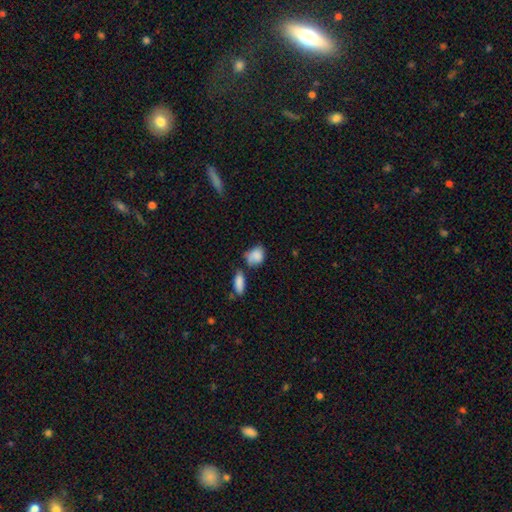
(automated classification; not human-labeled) Smooth or featured: smooth — 82% (featured or disk — 10%)
How rounded: in between — 70% (round — 28%)
Merging: none — 38% (minor disturbance — 27%)